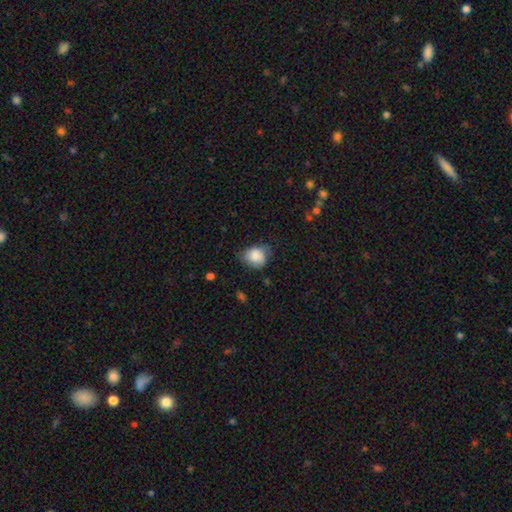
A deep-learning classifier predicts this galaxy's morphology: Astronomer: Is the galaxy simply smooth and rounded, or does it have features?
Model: smooth — 79%.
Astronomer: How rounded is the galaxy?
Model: round — 56% (runner-up: in between, 43%).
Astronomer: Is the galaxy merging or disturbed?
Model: none — 52% (runner-up: minor disturbance, 35%).